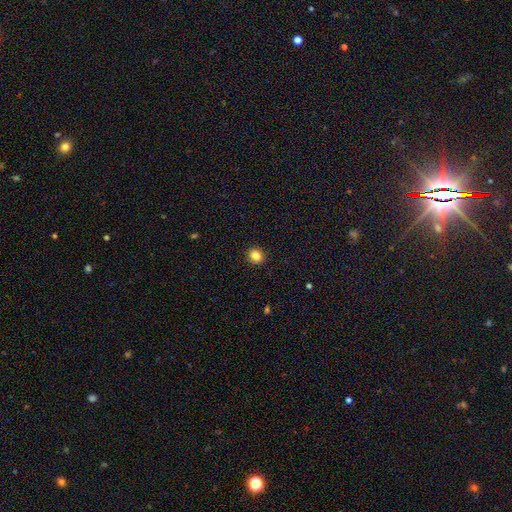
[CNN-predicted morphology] This appears to be a smooth galaxy with no disk features (85%) that is round (78%). Merging: none (92%).